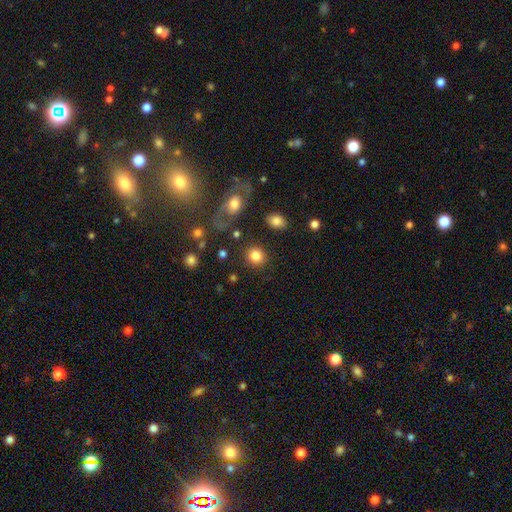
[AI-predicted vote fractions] smooth 84%, star or artifact 9%, featured or disk 7%. Down the decision tree: how rounded — round (85%); merging — none (85%).